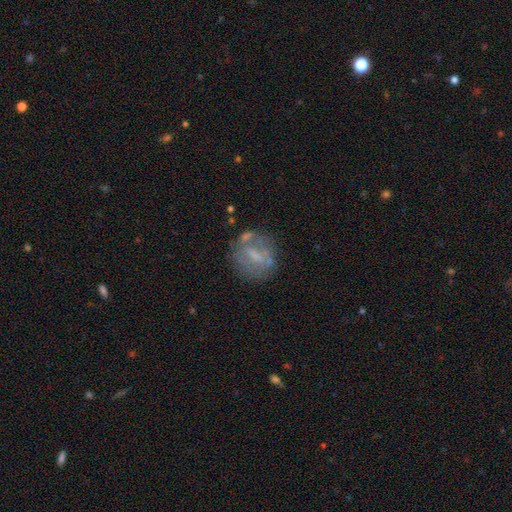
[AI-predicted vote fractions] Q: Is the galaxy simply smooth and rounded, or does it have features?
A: featured or disk — 52%.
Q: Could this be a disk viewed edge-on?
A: no — 94%.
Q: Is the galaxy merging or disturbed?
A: none — 60%.